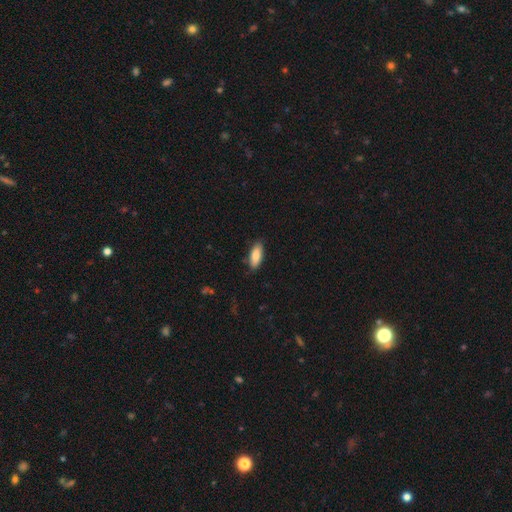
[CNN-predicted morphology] This appears to be a smooth galaxy with no disk features (85%) that is in between round and cigar-shaped (76%). Merging: none (82%).